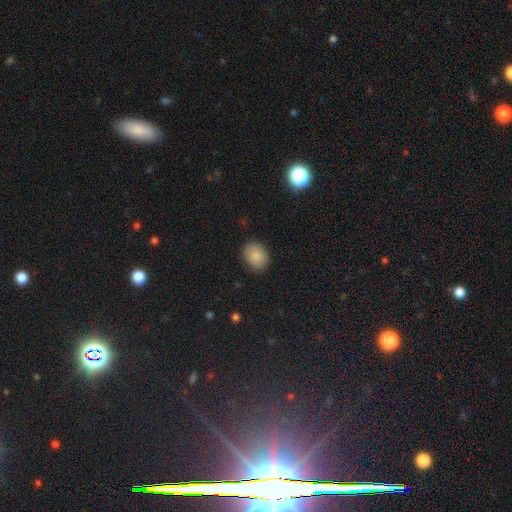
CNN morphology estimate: Smooth or featured?
  - smooth: 86% *
  - star or artifact: 8%
  - featured or disk: 5%
How rounded?
  - round: 50% *
  - in between: 49%
  - cigar-shaped: 1%
Merging?
  - none: 86% *
  - minor disturbance: 11%
  - major disturbance: 3%
  - merger: 1%